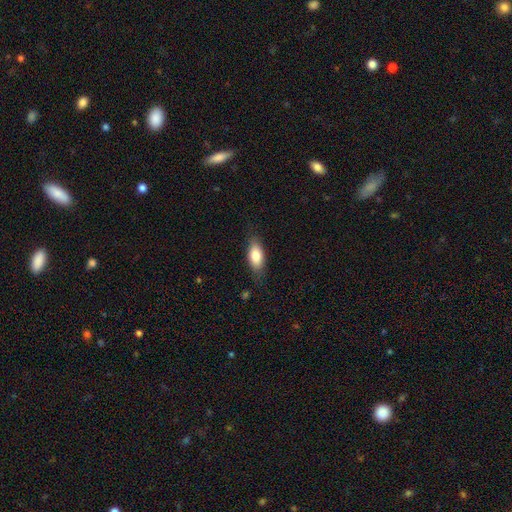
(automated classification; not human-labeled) smooth-or-featured: smooth: 81% | featured or disk: 13% | star or artifact: 7%
  how-rounded: in between: 83% | cigar-shaped: 14% | round: 3%
  merging: none: 79% | minor disturbance: 16% | major disturbance: 4% | merger: 1%